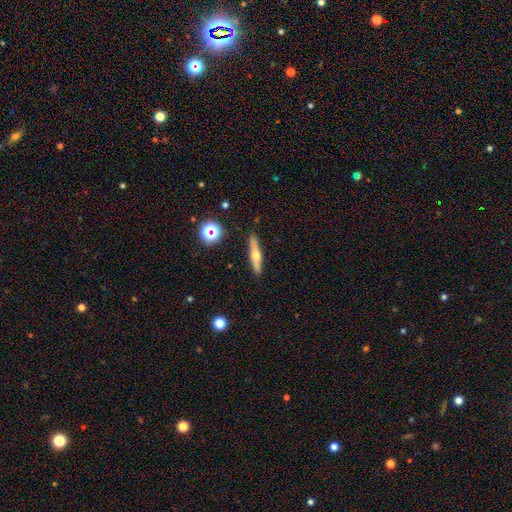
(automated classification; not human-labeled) Q: Smooth or featured?
A: featured or disk (54%); runner-up: smooth (38%)
Q: Edge-on disk?
A: yes (94%); runner-up: no (6%)
Q: Edge-on bulge?
A: rounded (92%); runner-up: none (5%)
Q: Merging?
A: none (89%); runner-up: minor disturbance (8%)